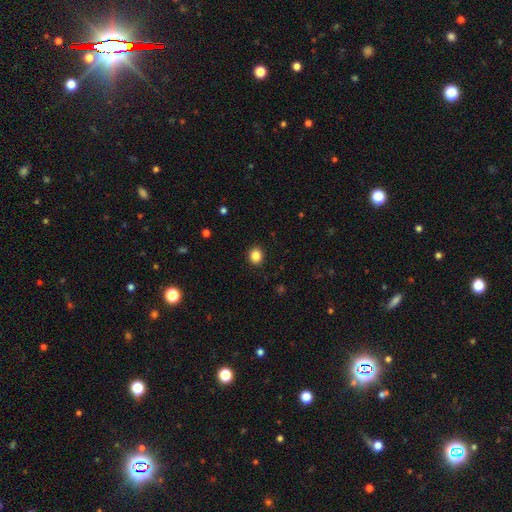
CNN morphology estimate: Smooth or featured?
  - smooth: 86% *
  - star or artifact: 10%
  - featured or disk: 4%
How rounded?
  - round: 73% *
  - in between: 26%
  - cigar-shaped: 1%
Merging?
  - none: 91% *
  - minor disturbance: 6%
  - major disturbance: 2%
  - merger: 1%